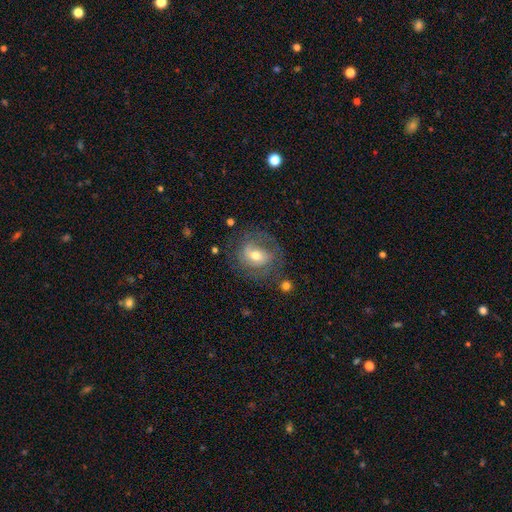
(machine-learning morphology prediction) smooth_or_featured: featured or disk (p=0.60) [alt: smooth p=0.32]
disk_edge_on: no (p=0.96) [alt: yes p=0.04]
bar: no (p=0.42) [tied with: weak p=0.42]
has_spiral_arms: yes (p=0.72) [alt: no p=0.28]
bulge_size: moderate (p=0.71) [alt: small p=0.19]
merging: none (p=0.65) [alt: minor disturbance p=0.19]